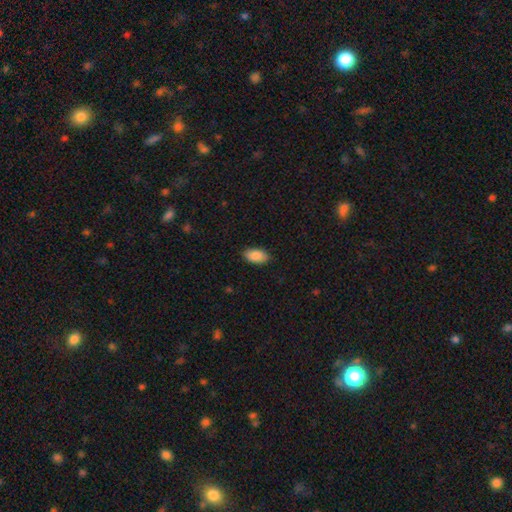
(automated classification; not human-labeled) The model was most divided on "merging": none: 86%, minor disturbance: 11%, major disturbance: 2%, merger: 1%. More confident: how rounded — in between (94%); smooth or featured — smooth (89%).